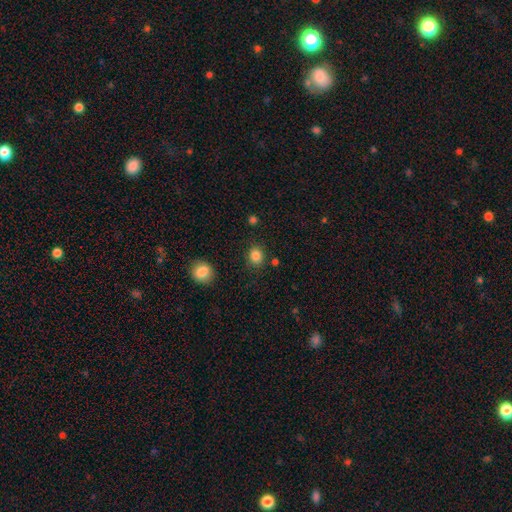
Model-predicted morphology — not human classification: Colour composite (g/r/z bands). It shows a smooth galaxy with no disk features (85%) that is round (70%). Merging: none (84%).